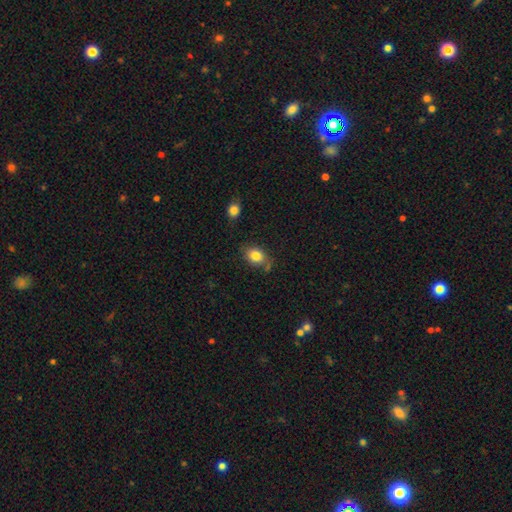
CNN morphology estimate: type=smooth (82%); roundness=in between (63%); merging=none (68%).